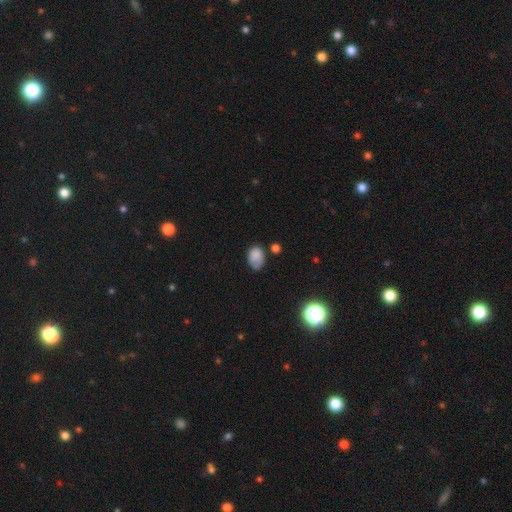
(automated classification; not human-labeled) Smooth or featured: smooth — 81% (star or artifact — 10%)
How rounded: in between — 79% (round — 20%)
Merging: none — 51% (minor disturbance — 31%)